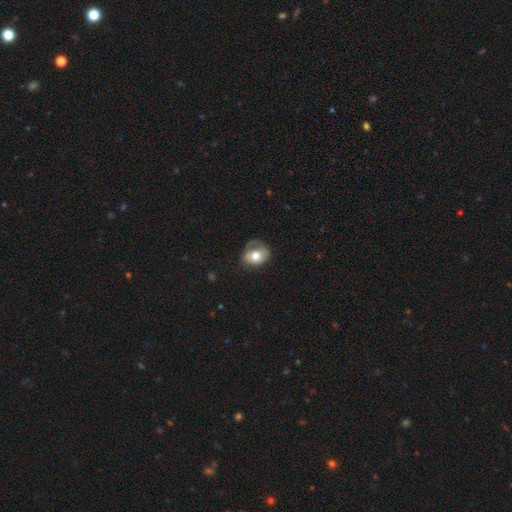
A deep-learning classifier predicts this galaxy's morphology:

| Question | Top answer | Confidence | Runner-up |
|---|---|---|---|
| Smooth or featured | smooth | 58% | featured or disk (35%) |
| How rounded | in between | 51% | round (48%) |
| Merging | none | 38% | minor disturbance (32%) |